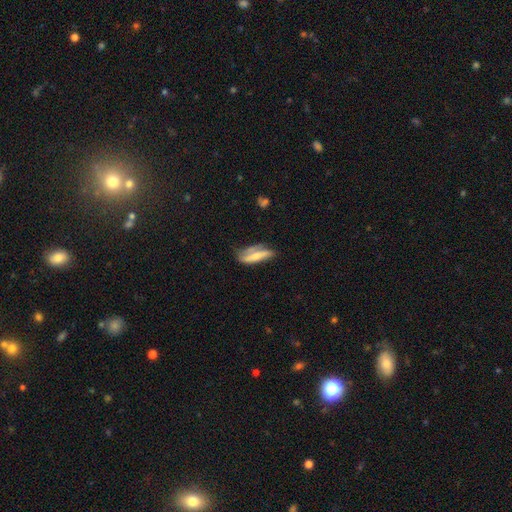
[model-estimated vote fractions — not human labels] A smooth galaxy with no disk features (51%) that is cigar-shaped (50%).

Vote fractions:
- Smooth or featured? smooth: 51% / featured or disk: 42% / star or artifact: 7%
- How rounded? cigar-shaped: 50% / in between: 47% / round: 2%
- Merging? none: 46% / minor disturbance: 31% / major disturbance: 17% / merger: 6%